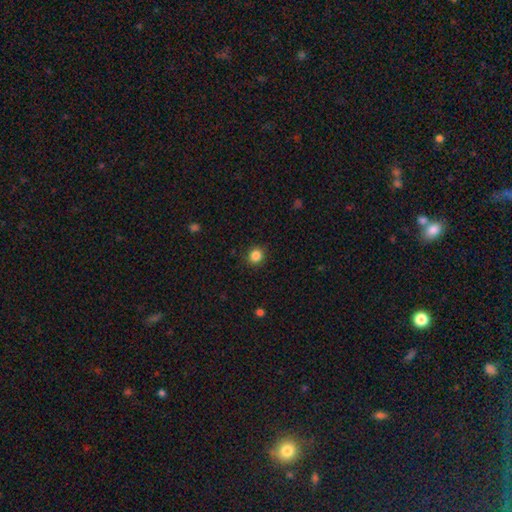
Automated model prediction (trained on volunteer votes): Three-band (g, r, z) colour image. It shows a smooth galaxy with no disk features (85%) that is round (87%). Merging: none (90%).